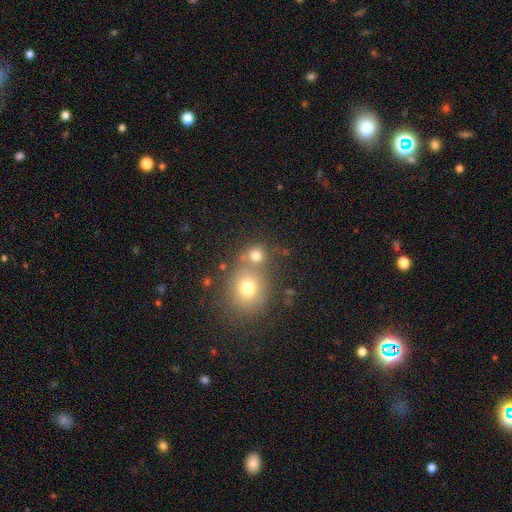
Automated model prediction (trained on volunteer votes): Overall: smooth (75%). How rounded: round (83%). Merging: none (52%; merger 36%).